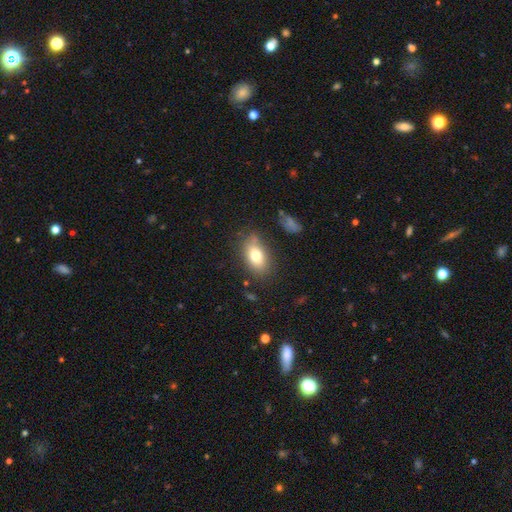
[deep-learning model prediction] Smooth or featured? smooth (74%)
How rounded? in between (85%)
Merging? none (75%)